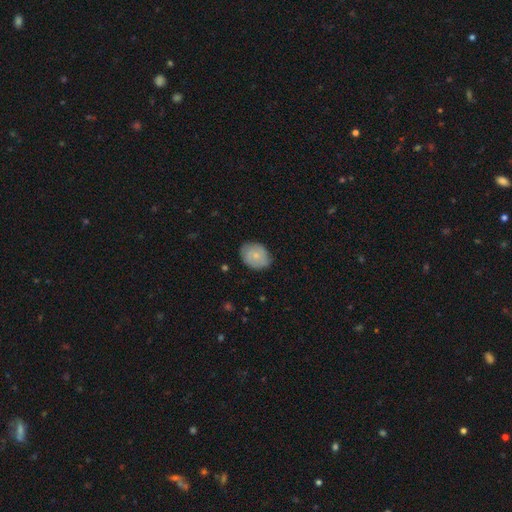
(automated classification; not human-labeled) The model was most divided on "how rounded": in between: 57%, round: 42%, cigar-shaped: 1%. More confident: merging — none (79%); smooth or featured — smooth (62%).